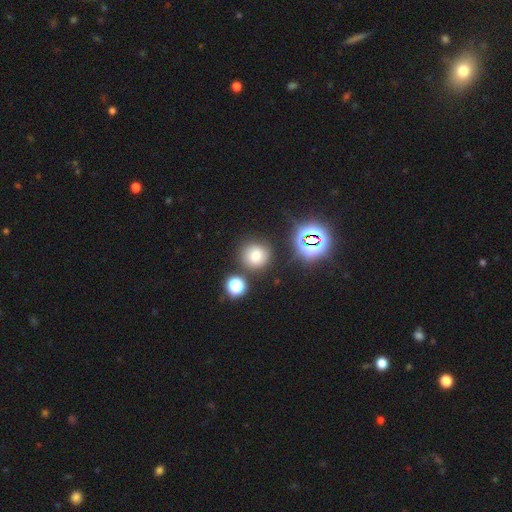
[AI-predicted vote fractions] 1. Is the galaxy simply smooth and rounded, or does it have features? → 70% smooth, 21% star or artifact, 10% featured or disk.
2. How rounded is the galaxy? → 92% round, 7% in between, 1% cigar-shaped.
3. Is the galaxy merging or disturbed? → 81% none, 9% minor disturbance, 7% merger, 3% major disturbance.